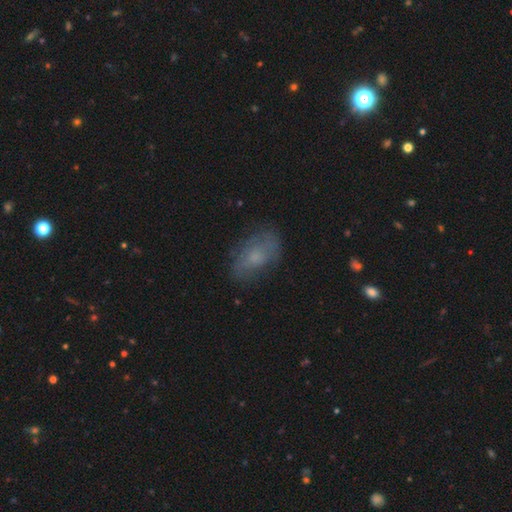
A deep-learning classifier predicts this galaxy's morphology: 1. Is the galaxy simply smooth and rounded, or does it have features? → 55% smooth, 34% featured or disk, 11% star or artifact.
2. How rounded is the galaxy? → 89% in between, 8% round, 3% cigar-shaped.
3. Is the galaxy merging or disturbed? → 68% none, 21% minor disturbance, 9% major disturbance, 2% merger.